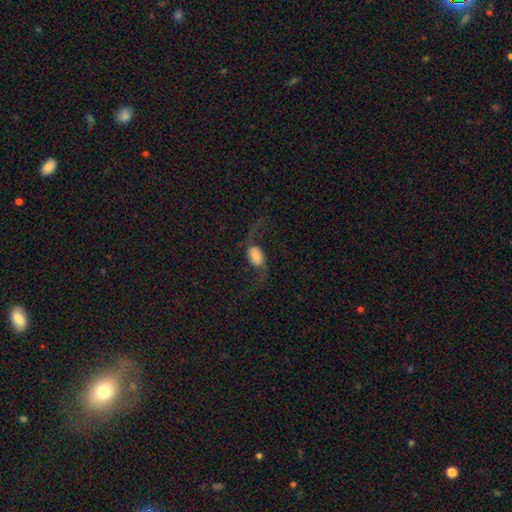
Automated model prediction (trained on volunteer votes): A featured or disk galaxy (71%) with no bar (49%), 2 (93%) loose (90%) spiral arms (94%) and a large central bulge (31%).

Vote fractions:
- Smooth or featured? featured or disk: 71% / smooth: 21% / star or artifact: 8%
- Edge-on disk? no: 95% / yes: 5%
- Bar? no: 49% / weak: 35% / strong: 16%
- Spiral arms? yes: 94% / no: 6%
- Spiral winding? loose: 90% / medium: 8% / tight: 2%
- Spiral arm count? 2: 93% / 1: 2% / can't tell: 1% / 3: 1% / 4: 1% / more than 4: 1%
- Bulge size? large: 31% / moderate: 24% / small: 19% / dominant: 18% / none: 9%
- Merging? none: 62% / major disturbance: 22% / minor disturbance: 13% / merger: 3%